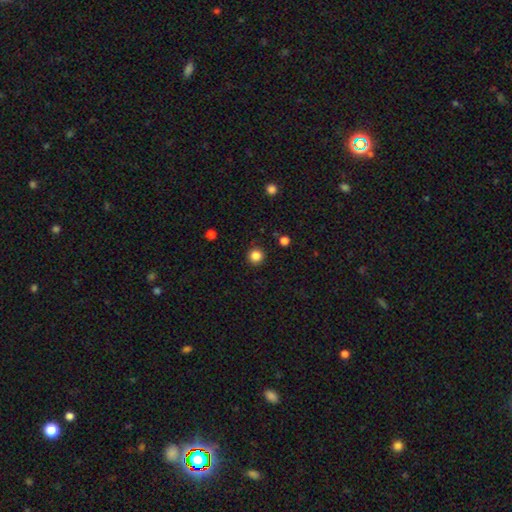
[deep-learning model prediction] The model was most divided on "smooth or featured": smooth: 85%, star or artifact: 12%, featured or disk: 3%. More confident: how rounded — round (95%); merging — none (92%).